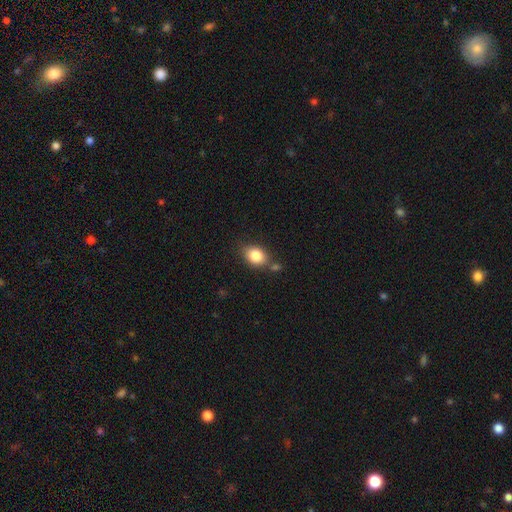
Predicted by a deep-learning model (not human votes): Smooth or featured? smooth (83%)
How rounded? in between (66%)
Merging? none (68%)